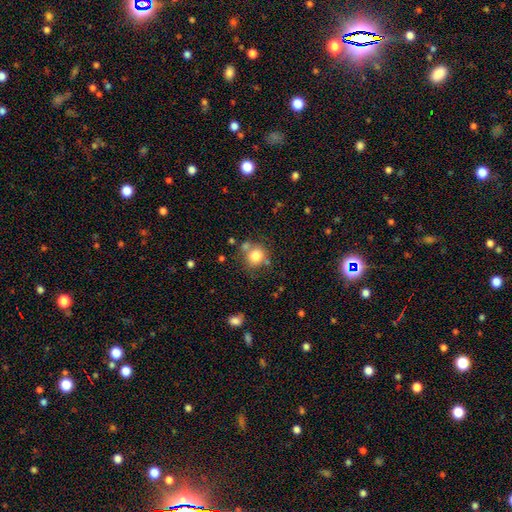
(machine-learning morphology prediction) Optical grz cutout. It shows a smooth galaxy with no disk features (78%) that is round (84%). Merging: none (63%).